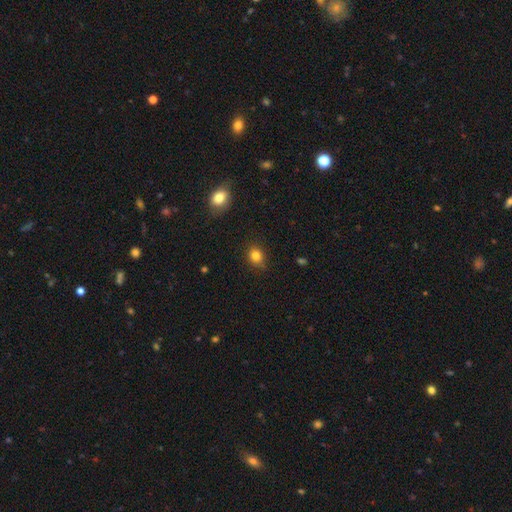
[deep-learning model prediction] smooth-or-featured: smooth: 82% | star or artifact: 12% | featured or disk: 6%
  how-rounded: round: 68% | in between: 31% | cigar-shaped: 1%
  merging: none: 81% | minor disturbance: 15% | major disturbance: 3% | merger: 2%